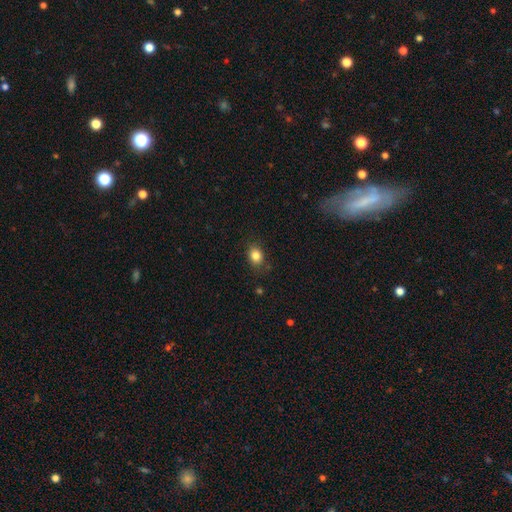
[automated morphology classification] smooth 84%, star or artifact 10%, featured or disk 6%. Down the decision tree: how rounded — in between (54%); merging — none (82%).